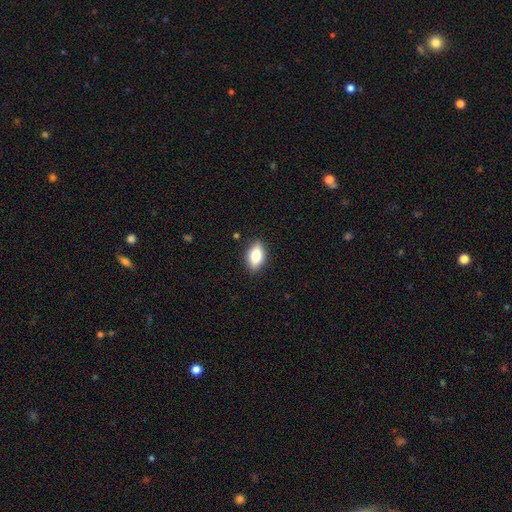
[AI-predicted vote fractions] smooth 80%, featured or disk 12%, star or artifact 7%. Down the decision tree: how rounded — in between (88%); merging — none (87%).